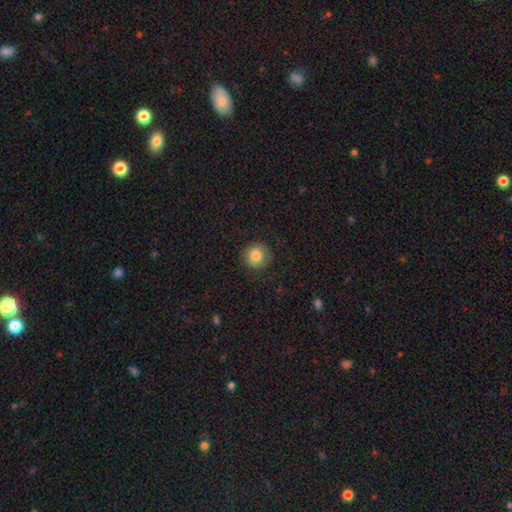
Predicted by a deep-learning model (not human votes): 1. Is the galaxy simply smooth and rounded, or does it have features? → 83% smooth, 9% star or artifact, 8% featured or disk.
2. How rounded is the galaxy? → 93% round, 6% in between, 1% cigar-shaped.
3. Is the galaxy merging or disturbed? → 84% none, 11% minor disturbance, 4% major disturbance, 1% merger.